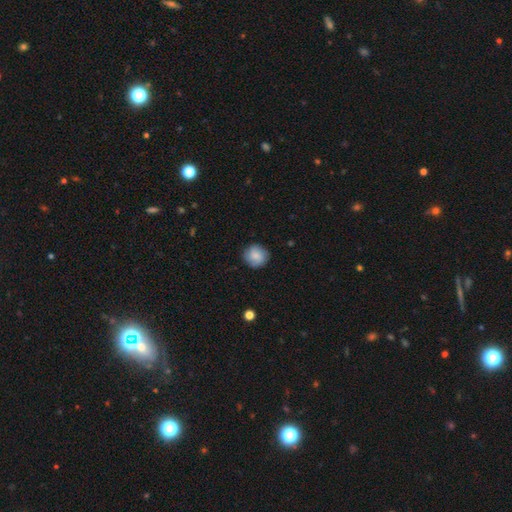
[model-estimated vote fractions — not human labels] A smooth galaxy with no disk features (79%) that is round (89%).

Vote fractions:
- Smooth or featured? smooth: 79% / featured or disk: 13% / star or artifact: 7%
- How rounded? round: 89% / in between: 10% / cigar-shaped: 1%
- Merging? none: 84% / minor disturbance: 12% / major disturbance: 3% / merger: 1%